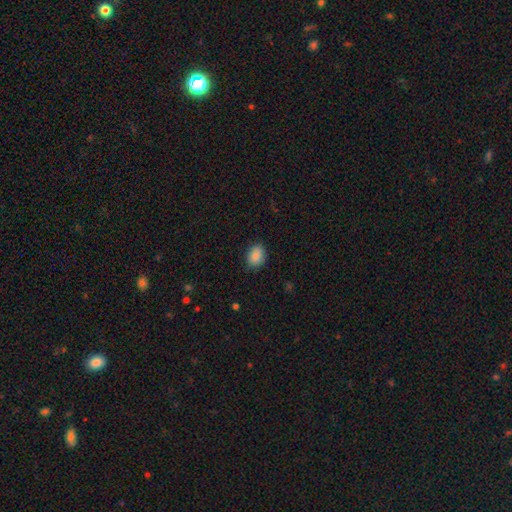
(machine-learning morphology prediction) smooth_or_featured: smooth (p=0.88) [alt: star or artifact p=0.08]
how_rounded: in between (p=0.65) [alt: round p=0.34]
merging: none (p=0.82) [alt: minor disturbance p=0.14]